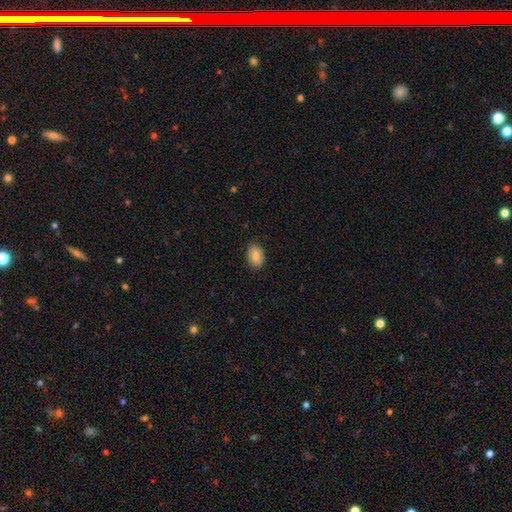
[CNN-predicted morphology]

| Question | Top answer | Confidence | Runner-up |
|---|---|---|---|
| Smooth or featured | smooth | 81% | featured or disk (12%) |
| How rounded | in between | 85% | round (14%) |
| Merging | none | 88% | minor disturbance (9%) |